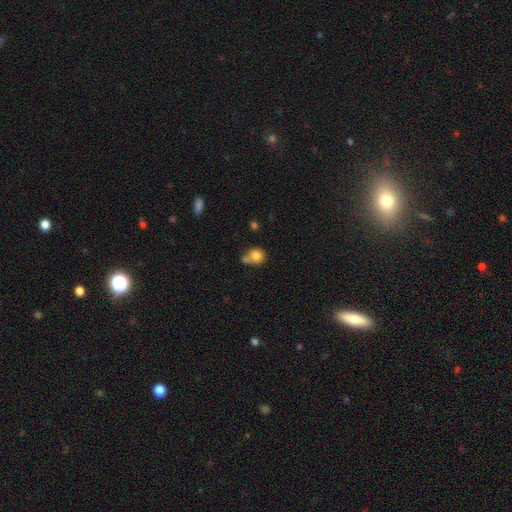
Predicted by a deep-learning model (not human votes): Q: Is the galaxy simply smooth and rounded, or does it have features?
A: smooth — 81%.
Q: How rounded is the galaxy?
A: round — 72%.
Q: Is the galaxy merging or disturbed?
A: none — 43%.